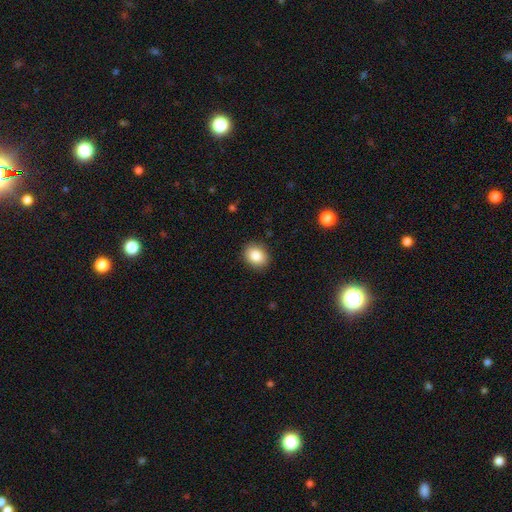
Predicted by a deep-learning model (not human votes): smooth-or-featured: smooth: 86% | star or artifact: 9% | featured or disk: 5%
  how-rounded: in between: 52% | round: 47% | cigar-shaped: 1%
  merging: none: 88% | minor disturbance: 9% | major disturbance: 2% | merger: 1%